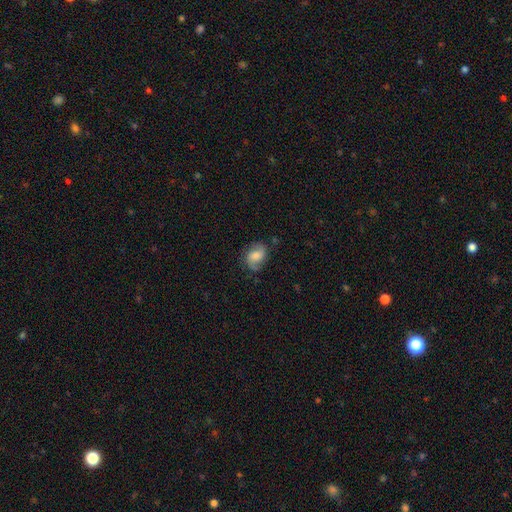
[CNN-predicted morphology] A smooth galaxy with no disk features (51%) that is in between round and cigar-shaped (62%).

Vote fractions:
- Smooth or featured? smooth: 51% / featured or disk: 40% / star or artifact: 9%
- How rounded? in between: 62% / round: 37% / cigar-shaped: 1%
- Merging? none: 69% / minor disturbance: 22% / major disturbance: 8% / merger: 2%